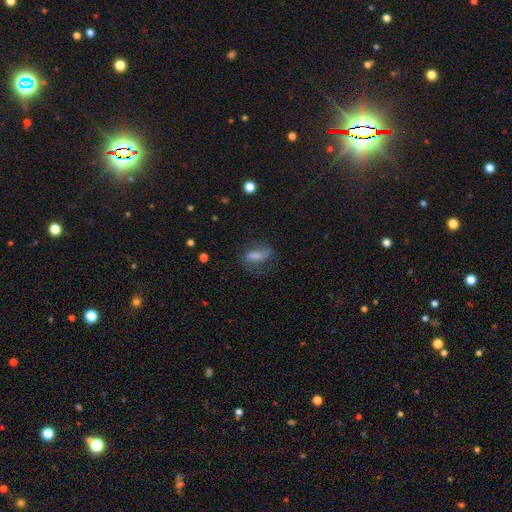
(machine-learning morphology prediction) featured or disk 42%, smooth 40%, star or artifact 17%. Down the decision tree: merging — none (62%).